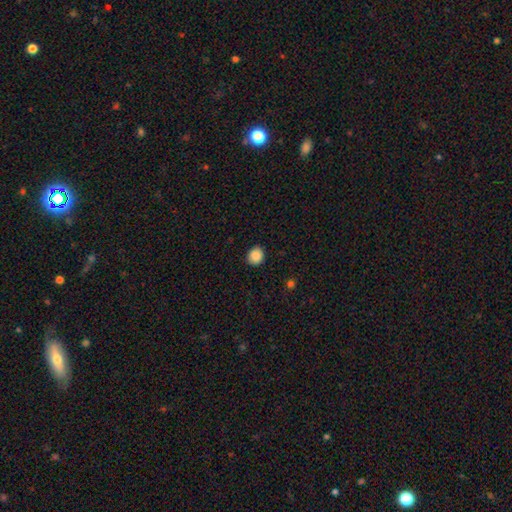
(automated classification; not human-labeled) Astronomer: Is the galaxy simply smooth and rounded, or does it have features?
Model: smooth — 88%.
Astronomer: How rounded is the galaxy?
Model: round — 76%.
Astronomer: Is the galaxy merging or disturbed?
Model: none — 88%.